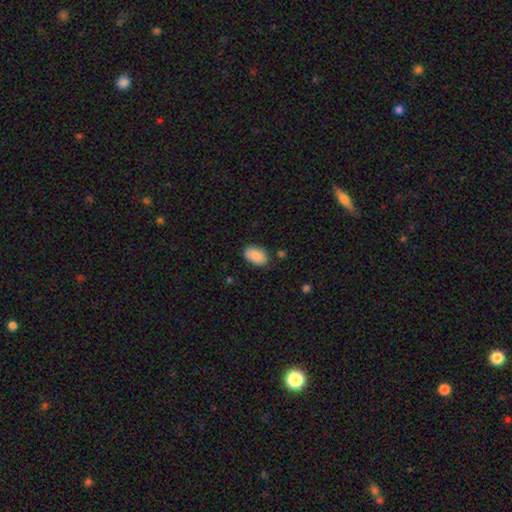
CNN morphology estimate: The model was most divided on "merging": none: 76%, minor disturbance: 18%, major disturbance: 3%, merger: 3%. More confident: how rounded — in between (92%); smooth or featured — smooth (87%).